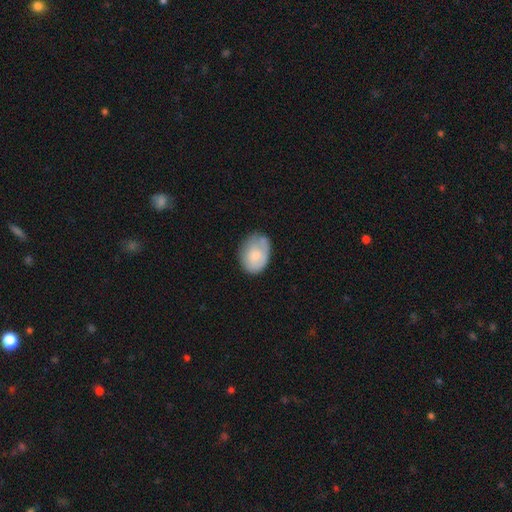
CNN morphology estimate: Overall: smooth (71%). How rounded: in between (76%). Merging: none (53%; minor disturbance 34%).